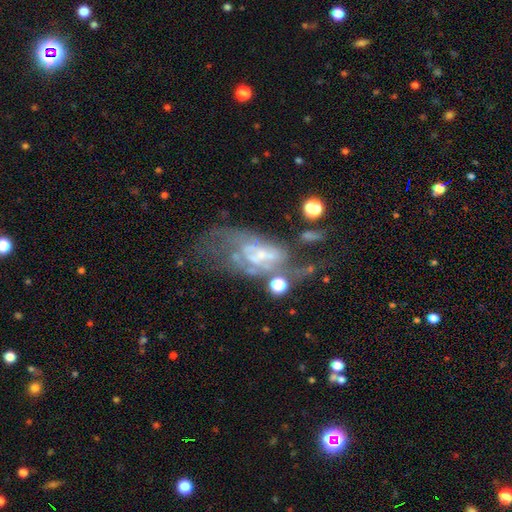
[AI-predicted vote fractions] A featured or disk galaxy (68%) with no bar (53%), spiral arms (65%) and a small central bulge (44%).

Vote fractions:
- Smooth or featured? featured or disk: 68% / smooth: 17% / star or artifact: 15%
- Edge-on disk? no: 92% / yes: 8%
- Bar? no: 53% / weak: 33% / strong: 13%
- Spiral arms? yes: 65% / no: 35%
- Bulge size? small: 44% / none: 33% / moderate: 18% / large: 4% / dominant: 2%
- Merging? major disturbance: 36% / none: 34% / minor disturbance: 18% / merger: 11%